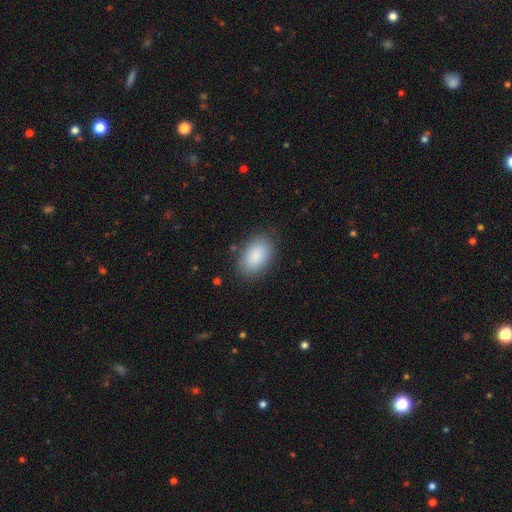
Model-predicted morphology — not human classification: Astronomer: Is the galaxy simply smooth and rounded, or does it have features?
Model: smooth — 89%.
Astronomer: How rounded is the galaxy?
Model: in between — 92%.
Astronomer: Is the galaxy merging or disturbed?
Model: none — 83%.